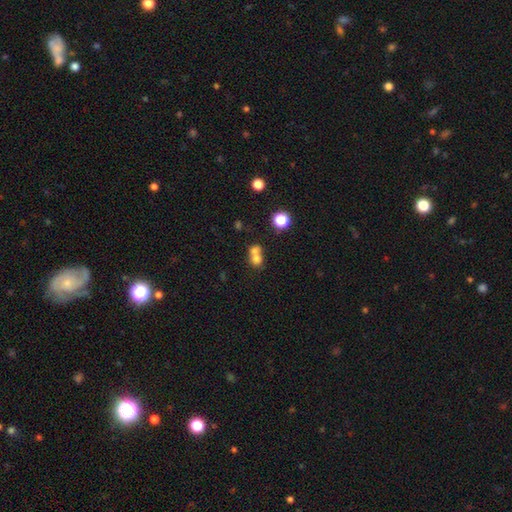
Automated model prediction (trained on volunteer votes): A smooth galaxy with no disk features (69%) that is round (72%). Merging: merger (62%).